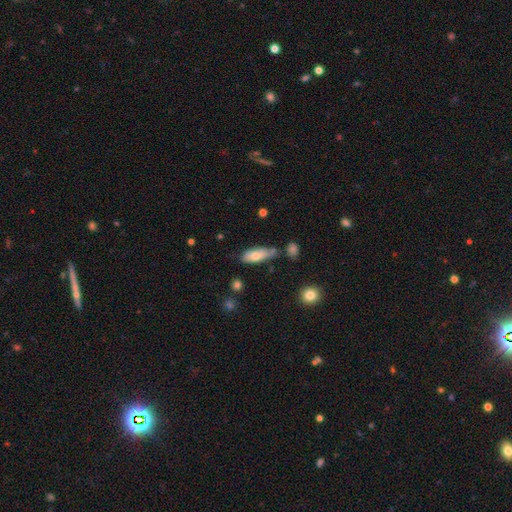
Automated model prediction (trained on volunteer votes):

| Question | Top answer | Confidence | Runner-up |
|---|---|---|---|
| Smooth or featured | smooth | 69% | featured or disk (24%) |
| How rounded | in between | 73% | cigar-shaped (24%) |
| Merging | none | 51% | minor disturbance (30%) |